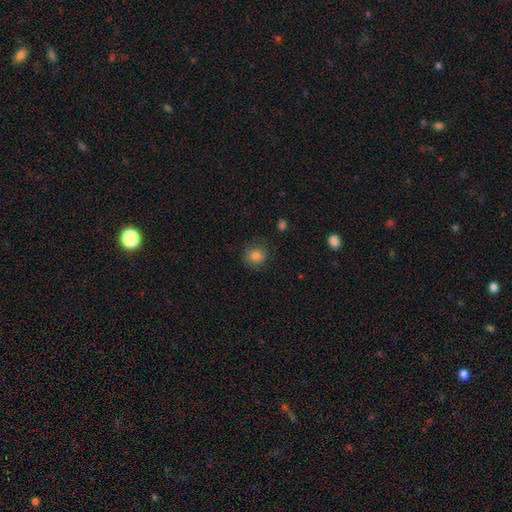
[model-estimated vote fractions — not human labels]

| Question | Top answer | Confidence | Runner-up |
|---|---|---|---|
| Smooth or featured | smooth | 83% | star or artifact (10%) |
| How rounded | round | 85% | in between (14%) |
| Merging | none | 81% | minor disturbance (13%) |